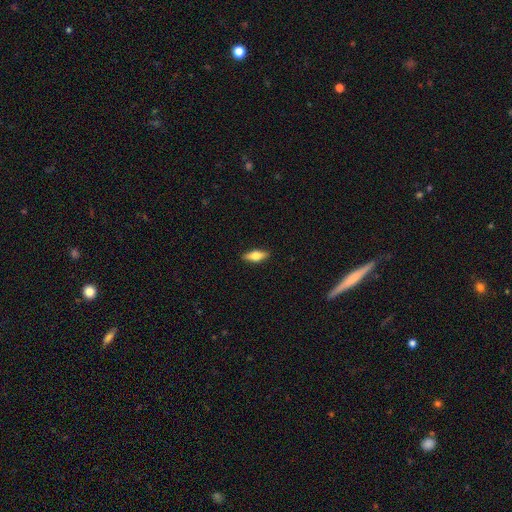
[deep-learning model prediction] Smooth or featured?
  - smooth: 61% *
  - featured or disk: 33%
  - star or artifact: 6%
How rounded?
  - in between: 66% *
  - cigar-shaped: 31%
  - round: 3%
Merging?
  - none: 89% *
  - minor disturbance: 8%
  - major disturbance: 2%
  - merger: 1%